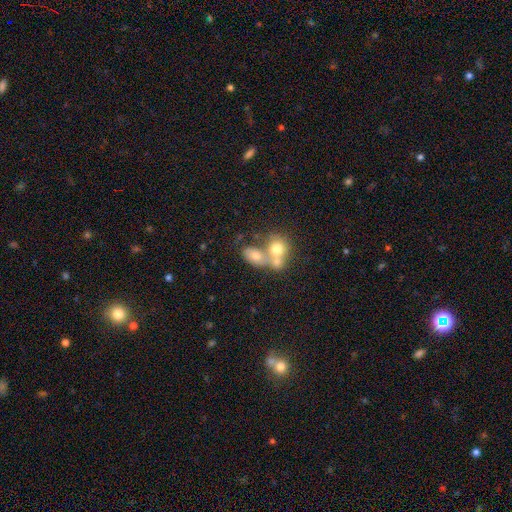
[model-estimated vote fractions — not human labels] A smooth galaxy with no disk features (67%) that is in between round and cigar-shaped (67%).

Vote fractions:
- Smooth or featured? smooth: 67% / featured or disk: 22% / star or artifact: 11%
- How rounded? in between: 67% / round: 31% / cigar-shaped: 2%
- Merging? merger: 66% / none: 21% / minor disturbance: 7% / major disturbance: 6%